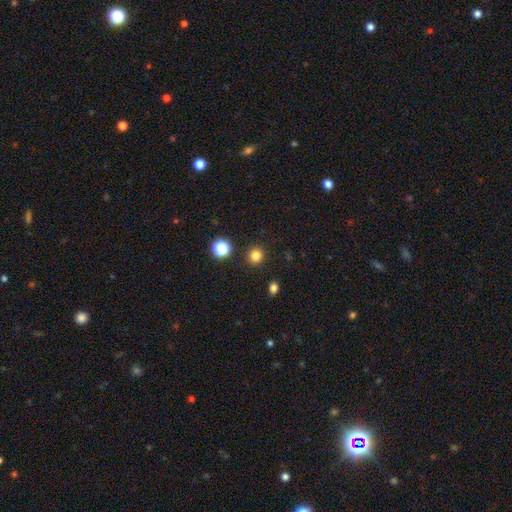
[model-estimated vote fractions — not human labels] Morphology: type=smooth (82%); roundness=round (92%); merging=none (91%).